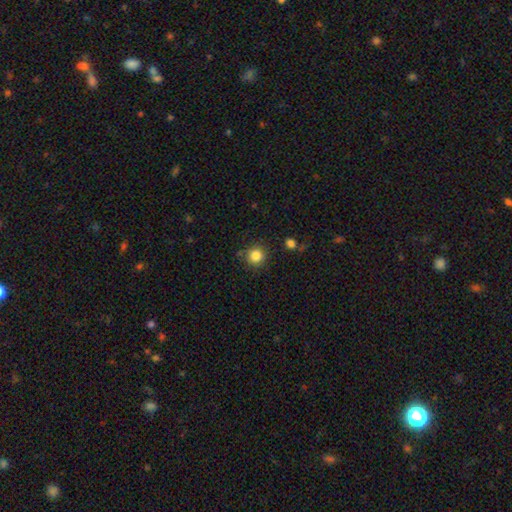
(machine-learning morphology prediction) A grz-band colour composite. It shows a smooth galaxy with no disk features (84%) that is round (93%). Merging: none (85%).